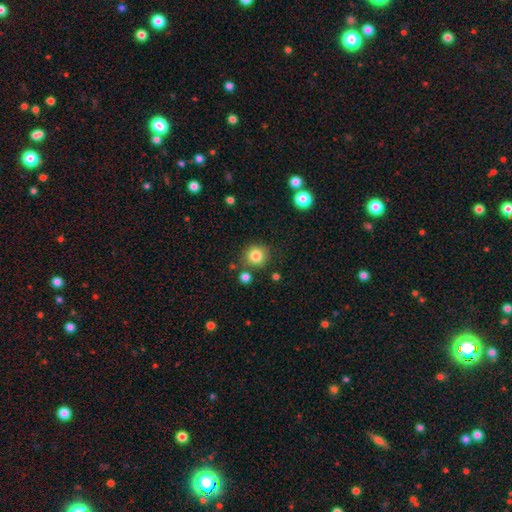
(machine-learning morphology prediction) Smooth or featured?
  - smooth: 84% *
  - star or artifact: 11%
  - featured or disk: 6%
How rounded?
  - round: 92% *
  - in between: 7%
  - cigar-shaped: 1%
Merging?
  - none: 82% *
  - minor disturbance: 10%
  - merger: 6%
  - major disturbance: 3%